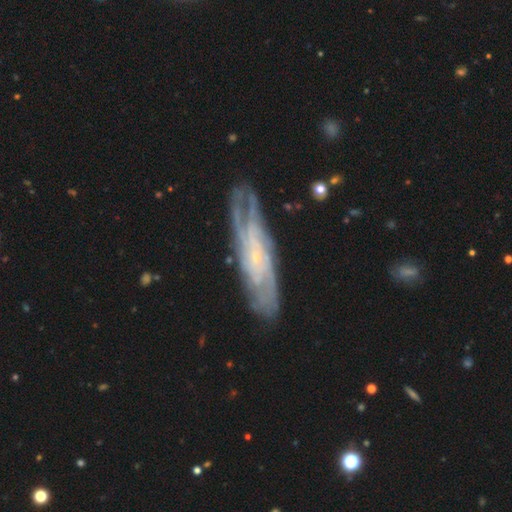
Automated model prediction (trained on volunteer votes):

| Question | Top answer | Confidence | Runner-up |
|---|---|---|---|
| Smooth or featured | featured or disk | 84% | smooth (11%) |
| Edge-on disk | no | 80% | yes (20%) |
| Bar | no | 67% | weak (25%) |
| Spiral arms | yes | 94% | no (6%) |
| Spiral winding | tight | 62% | medium (31%) |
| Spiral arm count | can't tell | 41% | 2 (23%) |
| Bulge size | small | 84% | moderate (11%) |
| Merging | none | 78% | minor disturbance (15%) |